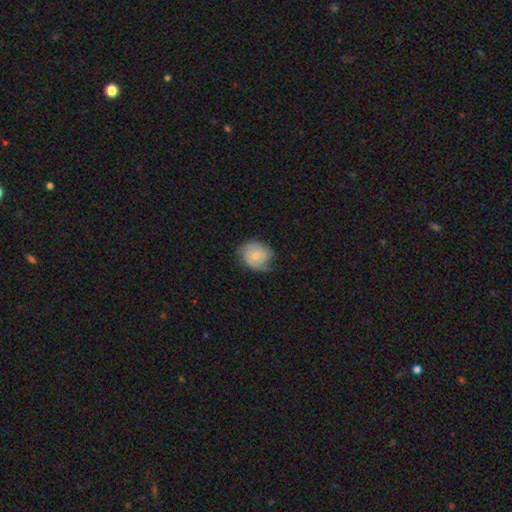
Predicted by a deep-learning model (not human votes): smooth-or-featured: featured or disk: 54% | smooth: 39% | star or artifact: 7%
  disk-edge-on: no: 97% | yes: 3%
    bar: no: 75% | weak: 21% | strong: 4%
    has-spiral-arms: yes: 83% | no: 17%
    bulge-size: small: 56% | moderate: 40% | none: 2% | large: 2% | dominant: 1%
  merging: none: 60% | minor disturbance: 28% | major disturbance: 10% | merger: 1%